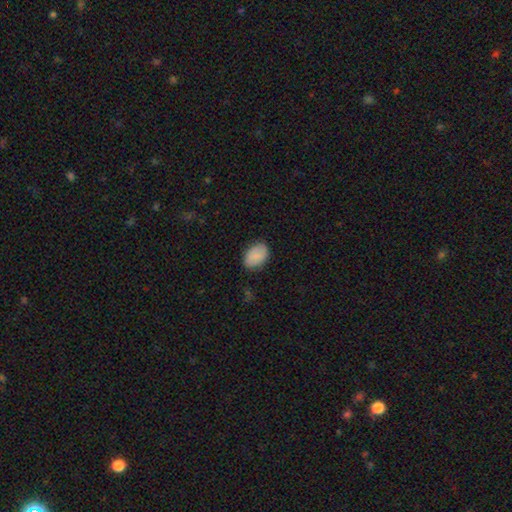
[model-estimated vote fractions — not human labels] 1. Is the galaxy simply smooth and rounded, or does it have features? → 86% smooth, 7% featured or disk, 7% star or artifact.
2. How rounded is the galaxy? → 85% in between, 14% round, 1% cigar-shaped.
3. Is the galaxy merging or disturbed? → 83% none, 13% minor disturbance, 3% major disturbance, 1% merger.